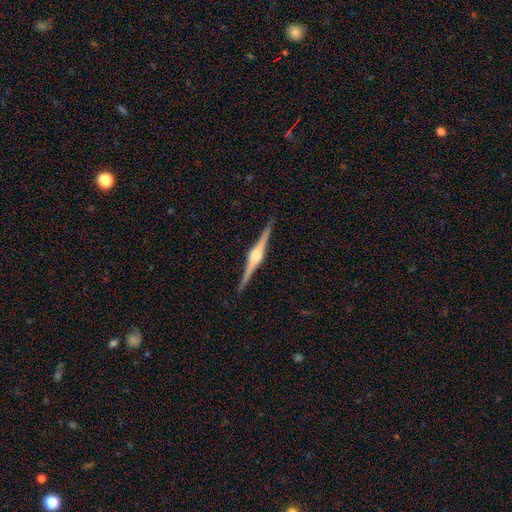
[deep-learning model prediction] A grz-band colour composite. It shows a featured or disk galaxy (89%) viewed edge-on (99%) with a rounded central bulge (90%). Merging: none (92%).